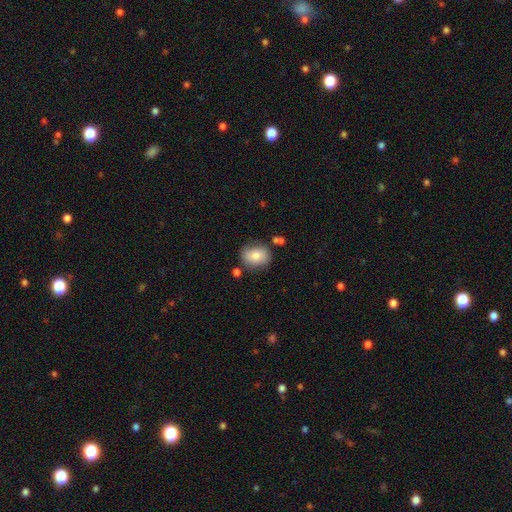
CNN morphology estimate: smooth-or-featured: smooth: 79% | featured or disk: 12% | star or artifact: 8%
  how-rounded: round: 54% | in between: 44% | cigar-shaped: 1%
  merging: none: 74% | minor disturbance: 16% | merger: 6% | major disturbance: 4%